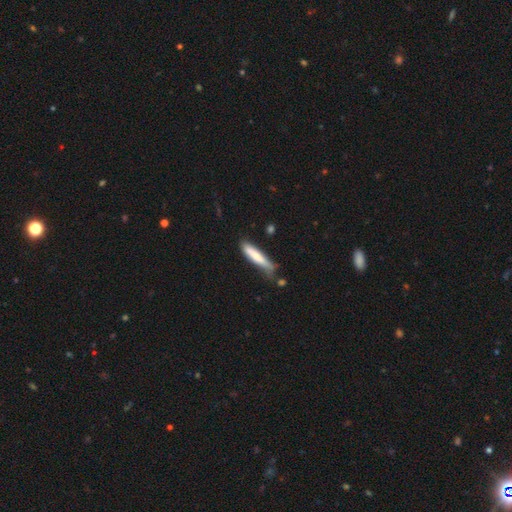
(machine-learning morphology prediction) Smooth or featured: smooth — 72% (featured or disk — 22%)
How rounded: cigar-shaped — 86% (in between — 13%)
Merging: none — 58% (minor disturbance — 30%)